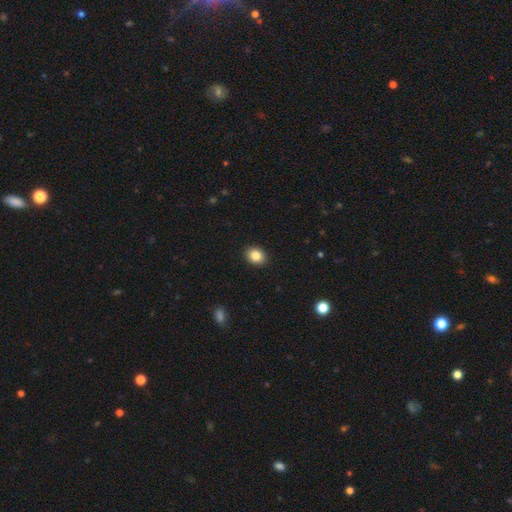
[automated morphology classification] Smooth or featured? Predicted: smooth (p=0.85). How rounded? Predicted: in between (p=0.52). Merging? Predicted: none (p=0.91).